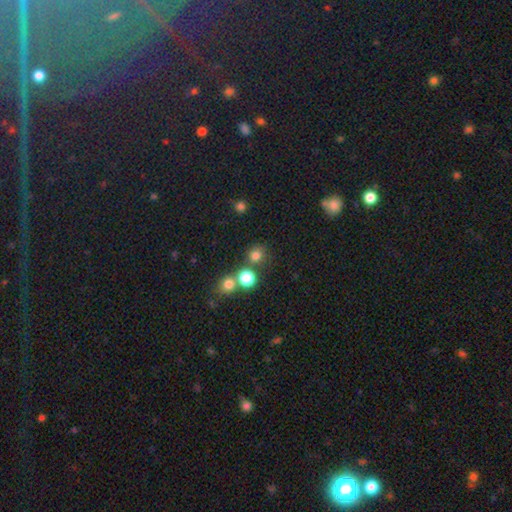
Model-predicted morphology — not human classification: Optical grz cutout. It shows a smooth galaxy with no disk features (76%) that is round (86%). Merging: none (69%).